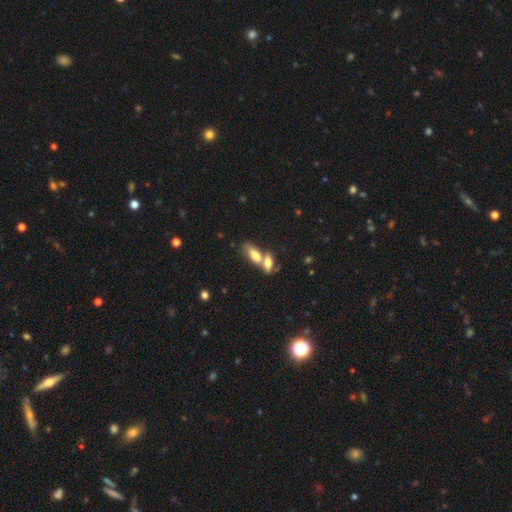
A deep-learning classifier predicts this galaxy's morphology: smooth 72%, featured or disk 20%, star or artifact 8%. Down the decision tree: how rounded — in between (81%); merging — merger (65%).